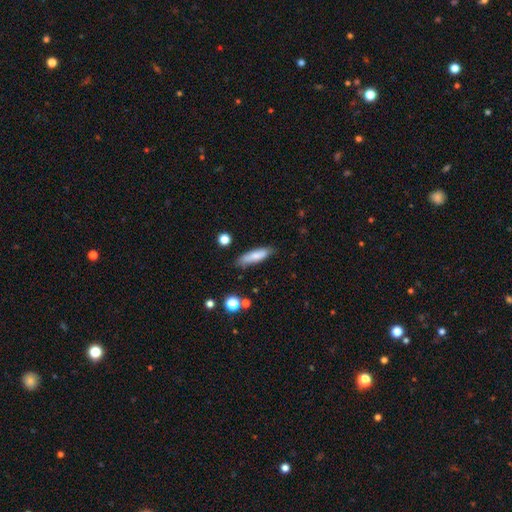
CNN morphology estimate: smooth_or_featured: smooth (p=0.78) [alt: featured or disk p=0.15]
how_rounded: cigar-shaped (p=0.68) [alt: in between p=0.30]
merging: none (p=0.80) [alt: minor disturbance p=0.15]